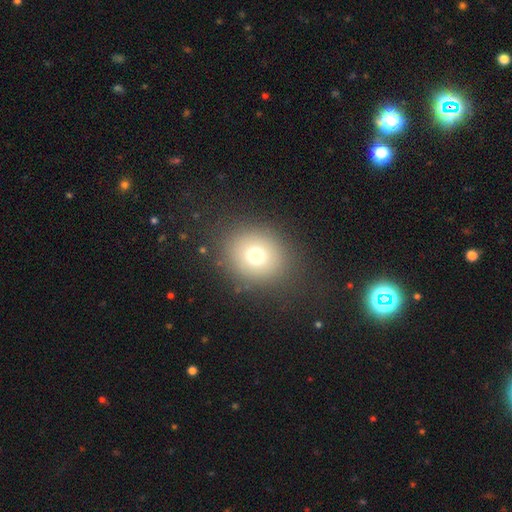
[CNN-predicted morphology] Q: Smooth or featured?
A: smooth (70%); runner-up: star or artifact (18%)
Q: How rounded?
A: round (81%); runner-up: in between (18%)
Q: Merging?
A: none (86%); runner-up: minor disturbance (7%)